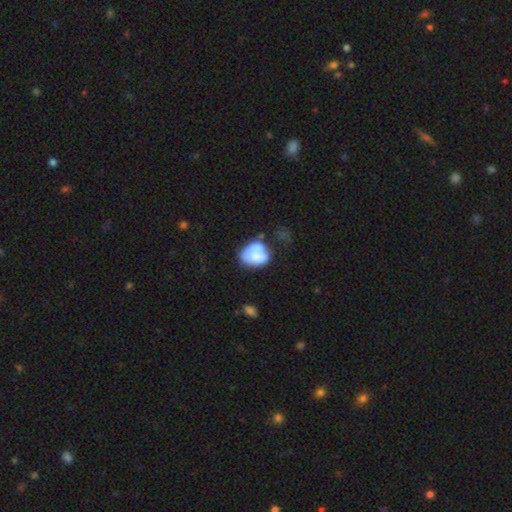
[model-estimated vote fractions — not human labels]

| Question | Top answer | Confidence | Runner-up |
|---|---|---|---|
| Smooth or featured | smooth | 57% | featured or disk (35%) |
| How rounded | in between | 63% | round (36%) |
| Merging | none | 34% | minor disturbance (27%) |